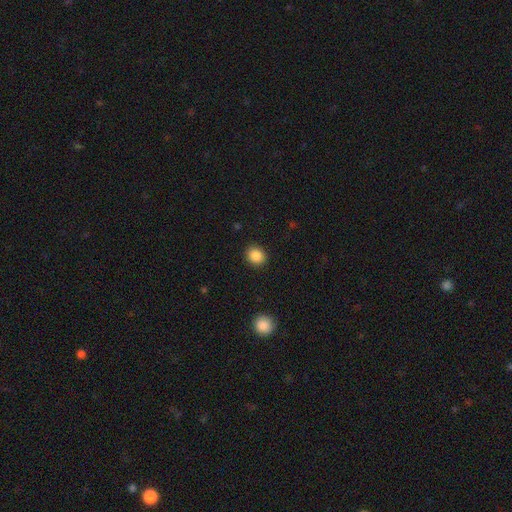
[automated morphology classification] Q: Smooth or featured?
A: smooth (87%); runner-up: star or artifact (9%)
Q: How rounded?
A: round (70%); runner-up: in between (29%)
Q: Merging?
A: none (91%); runner-up: minor disturbance (6%)